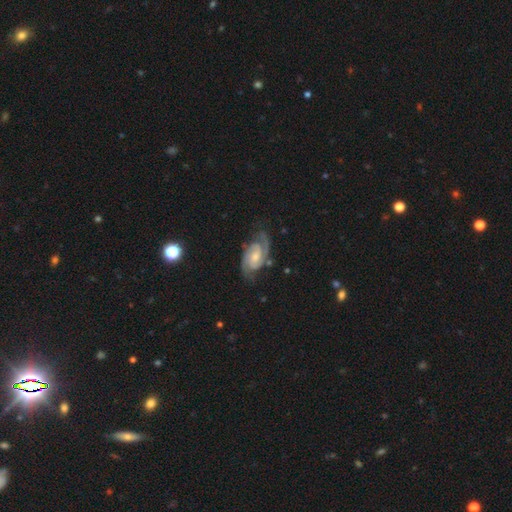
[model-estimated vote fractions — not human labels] Smooth or featured? Predicted: featured or disk (p=0.90). Edge-on disk? Predicted: no (p=0.97). Bar? Predicted: no (p=0.46). Spiral arms? Predicted: yes (p=0.98). Spiral winding? Predicted: tight (p=0.46, tied with medium). Spiral arm count? Predicted: 2 (p=0.89). Bulge size? Predicted: small (p=0.45). Merging? Predicted: none (p=0.77).